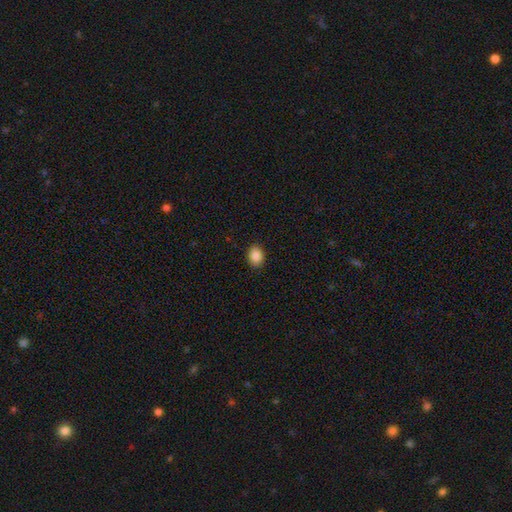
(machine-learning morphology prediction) Smooth or featured?
  - smooth: 88% *
  - star or artifact: 9%
  - featured or disk: 4%
How rounded?
  - in between: 64% *
  - round: 35%
  - cigar-shaped: 1%
Merging?
  - none: 90% *
  - minor disturbance: 7%
  - major disturbance: 2%
  - merger: 1%